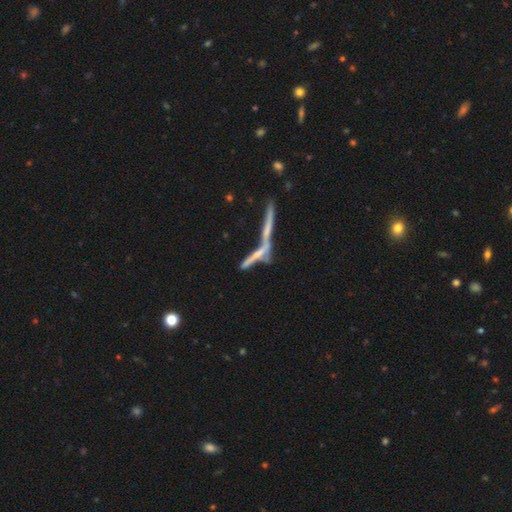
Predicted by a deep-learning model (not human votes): smooth-or-featured: featured or disk: 61% | smooth: 27% | star or artifact: 12%
  disk-edge-on: yes: 82% | no: 18%
  merging: merger: 42% | none: 40% | minor disturbance: 10% | major disturbance: 8%